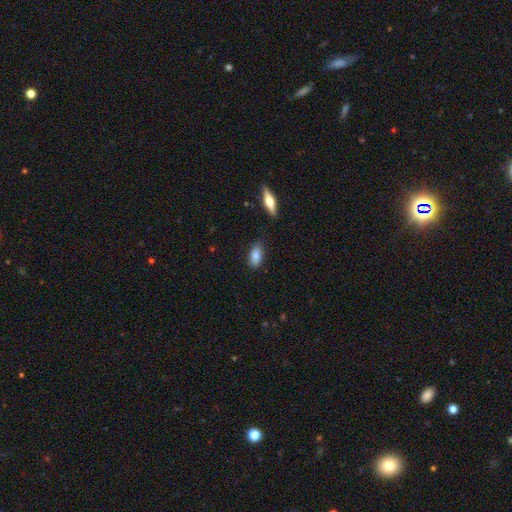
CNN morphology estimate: Q: Smooth or featured?
A: smooth (85%); runner-up: featured or disk (8%)
Q: How rounded?
A: in between (88%); runner-up: cigar-shaped (9%)
Q: Merging?
A: none (79%); runner-up: minor disturbance (16%)